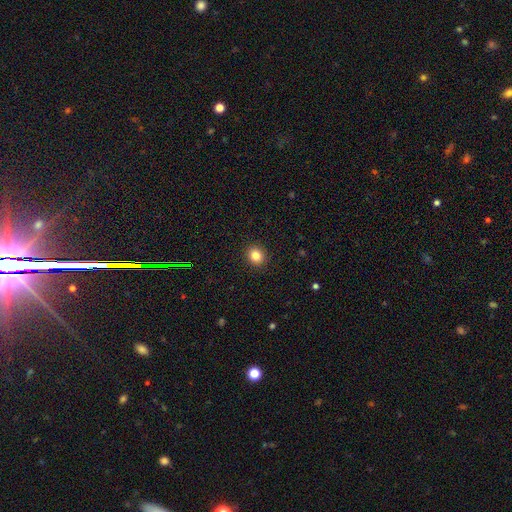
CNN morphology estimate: A smooth galaxy with no disk features (83%) that is round (77%). Merging: none (91%).